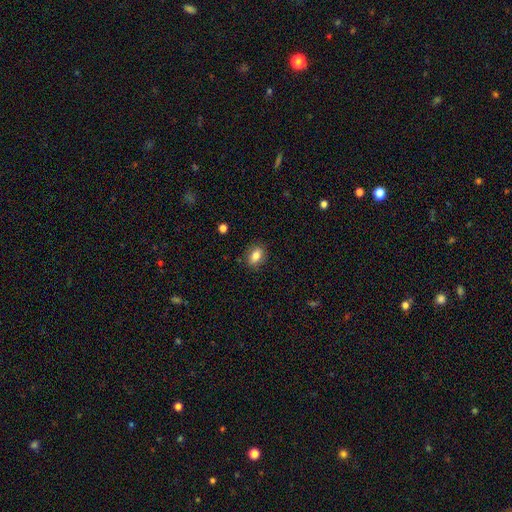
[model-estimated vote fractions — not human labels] A smooth galaxy with no disk features (81%) that is in between round and cigar-shaped (74%). Merging: none (87%).